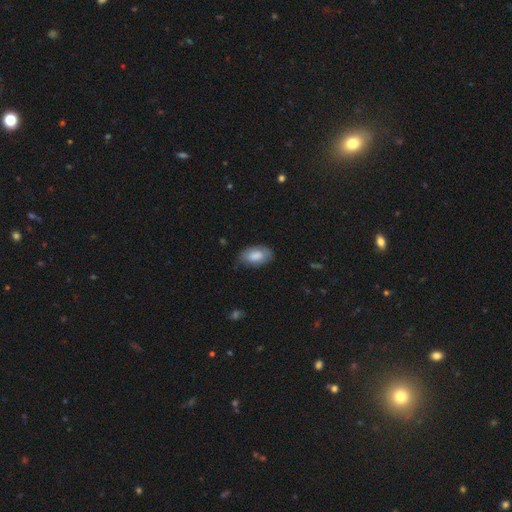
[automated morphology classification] The model was most divided on "merging": none: 75%, minor disturbance: 20%, major disturbance: 4%, merger: 1%. More confident: how rounded — in between (94%); smooth or featured — smooth (84%).